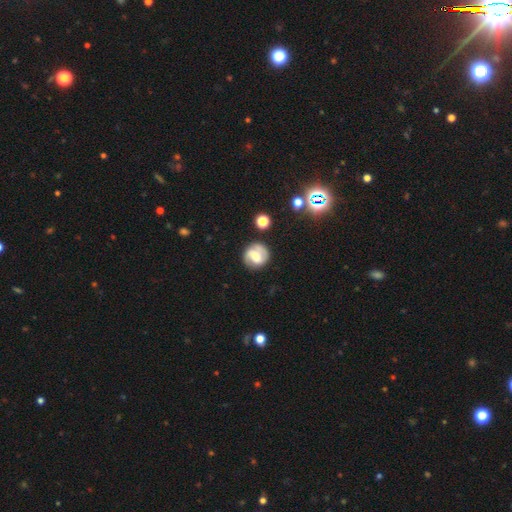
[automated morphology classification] featured or disk 54%, smooth 38%, star or artifact 8%. Down the decision tree: edge-on disk — no (97%); bar — weak (48%); spiral arms — yes (79%); bulge size — moderate (51%); merging — none (74%).